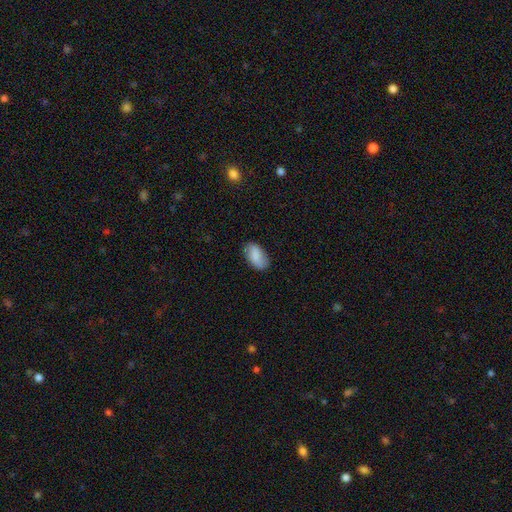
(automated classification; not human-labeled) The model was most divided on "merging": none: 80%, minor disturbance: 15%, major disturbance: 3%, merger: 1%. More confident: how rounded — in between (94%); smooth or featured — smooth (81%).